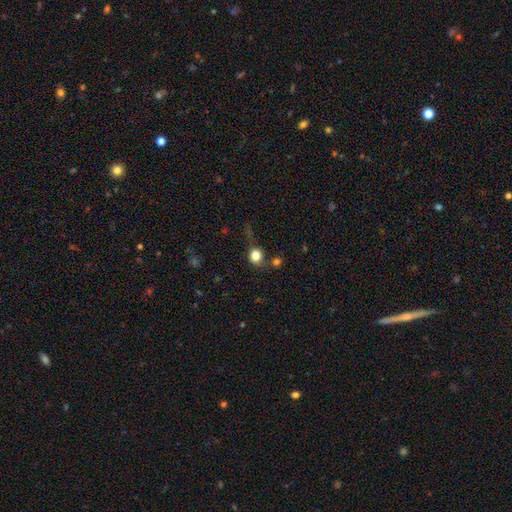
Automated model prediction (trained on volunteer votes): The model was most divided on "merging": none: 63%, minor disturbance: 17%, merger: 10%, major disturbance: 9%. More confident: how rounded — round (83%); smooth or featured — smooth (81%).